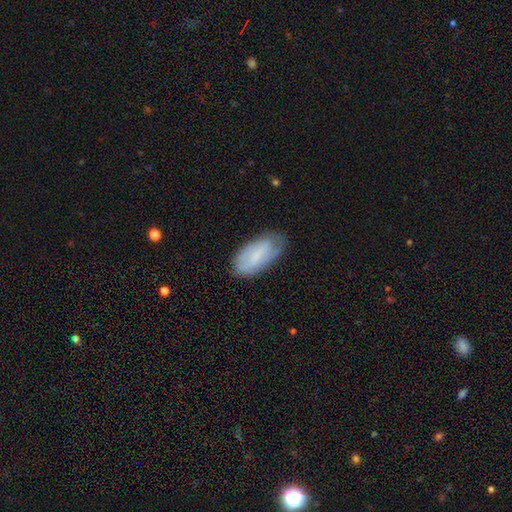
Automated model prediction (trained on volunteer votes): Q: Smooth or featured?
A: smooth (63%); runner-up: featured or disk (30%)
Q: How rounded?
A: in between (91%); runner-up: cigar-shaped (7%)
Q: Merging?
A: none (67%); runner-up: minor disturbance (25%)